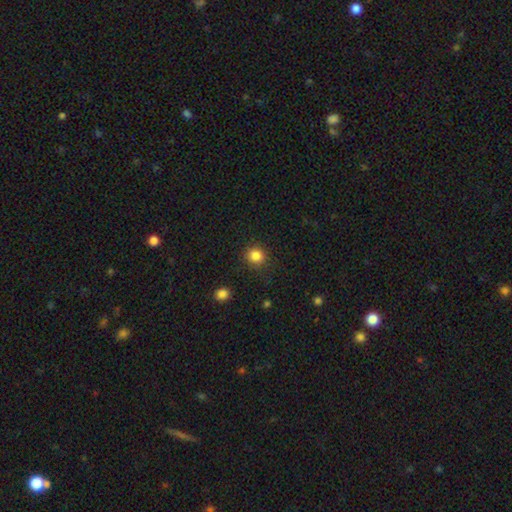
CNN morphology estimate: Overall: smooth (85%). How rounded: round (87%). Merging: none (86%).